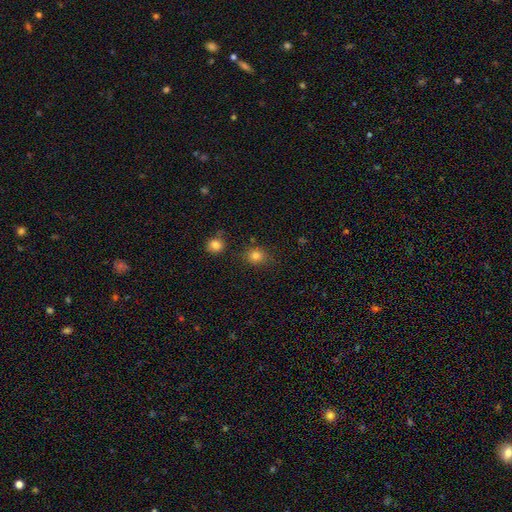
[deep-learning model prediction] Overall: smooth (82%). How rounded: round (73%). Merging: none (76%).